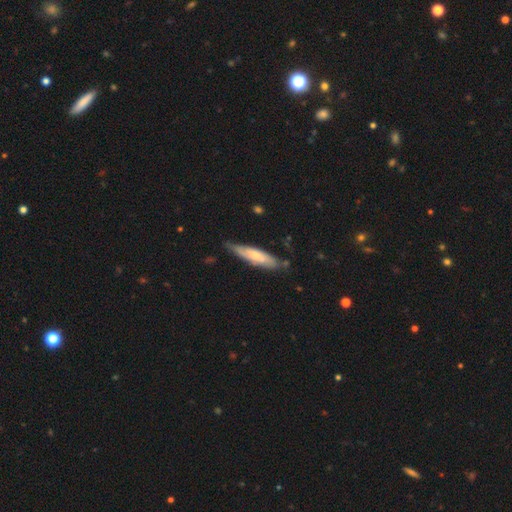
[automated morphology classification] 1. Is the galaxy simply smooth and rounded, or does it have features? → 56% smooth, 39% featured or disk, 5% star or artifact.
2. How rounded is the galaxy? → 73% cigar-shaped, 25% in between, 1% round.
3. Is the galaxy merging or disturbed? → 69% none, 24% minor disturbance, 4% major disturbance, 3% merger.